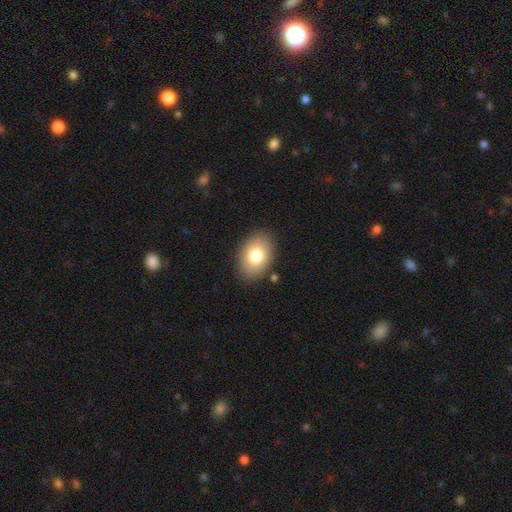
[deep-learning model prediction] Smooth or featured? Predicted: smooth (p=0.80). How rounded? Predicted: in between (p=0.84). Merging? Predicted: none (p=0.86).